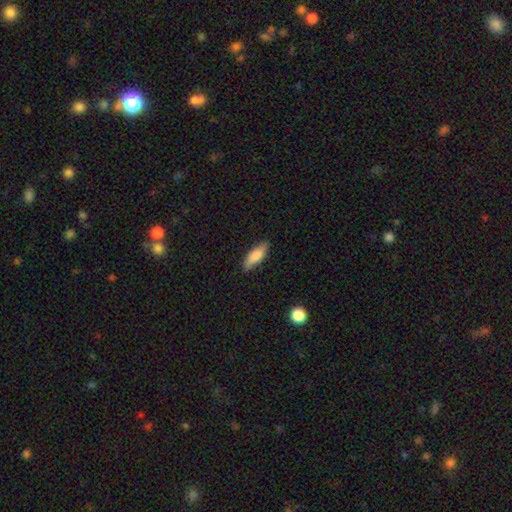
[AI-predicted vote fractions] Overall: smooth (82%). How rounded: in between (57%; cigar-shaped 41%). Merging: none (83%).